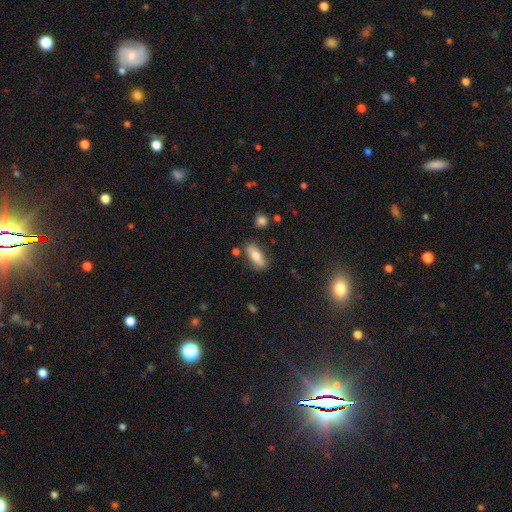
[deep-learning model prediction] smooth-or-featured: smooth: 71% | featured or disk: 22% | star or artifact: 7%
  how-rounded: in between: 68% | cigar-shaped: 29% | round: 3%
  merging: none: 80% | minor disturbance: 13% | merger: 4% | major disturbance: 3%